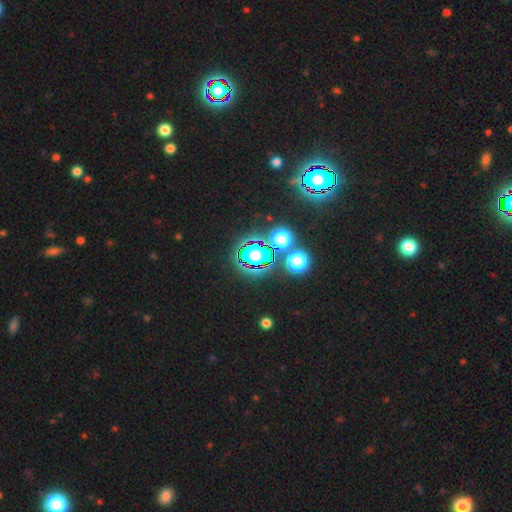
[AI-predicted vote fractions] smooth-or-featured: star or artifact: 80% | smooth: 13% | featured or disk: 7%